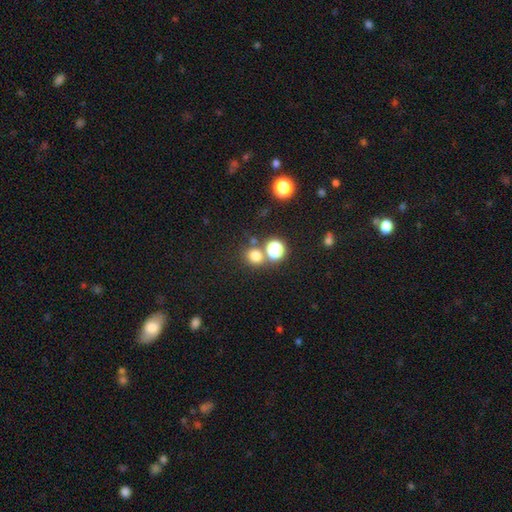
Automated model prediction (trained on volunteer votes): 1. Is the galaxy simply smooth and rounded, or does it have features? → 72% smooth, 22% star or artifact, 6% featured or disk.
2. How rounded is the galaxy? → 83% round, 16% in between, 1% cigar-shaped.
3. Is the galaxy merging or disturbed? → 70% none, 19% merger, 8% minor disturbance, 3% major disturbance.